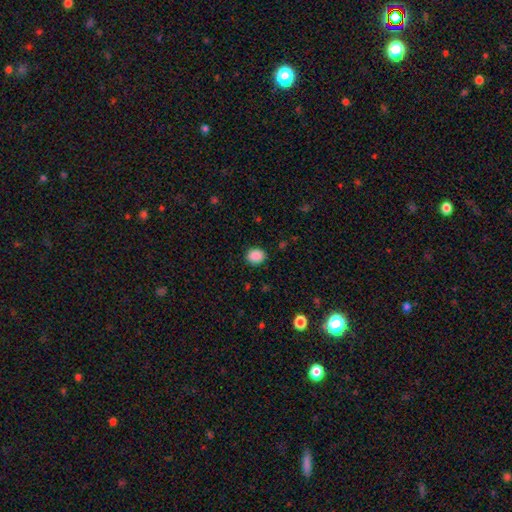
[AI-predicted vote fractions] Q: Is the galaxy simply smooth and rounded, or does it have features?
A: smooth — 89%.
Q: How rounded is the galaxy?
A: round — 66%.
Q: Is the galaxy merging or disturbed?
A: none — 89%.